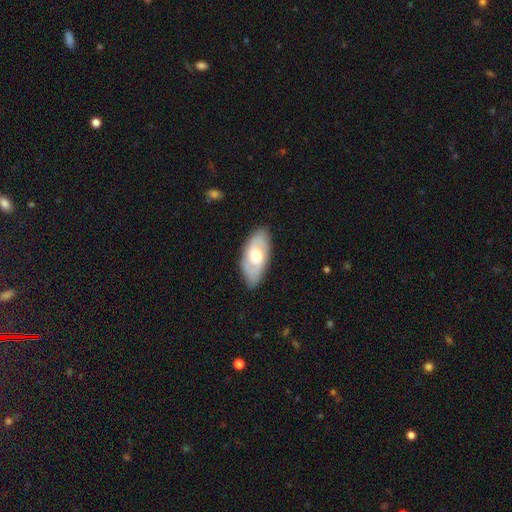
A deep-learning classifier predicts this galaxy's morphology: A featured or disk galaxy (57%). Merging: none (83%).